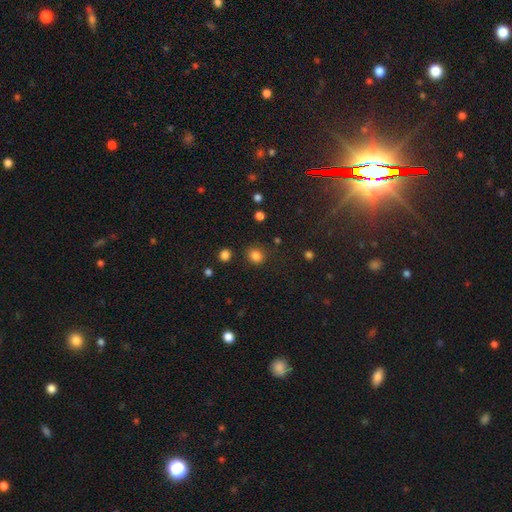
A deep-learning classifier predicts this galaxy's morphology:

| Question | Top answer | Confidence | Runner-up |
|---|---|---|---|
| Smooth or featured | smooth | 83% | star or artifact (13%) |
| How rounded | round | 74% | in between (25%) |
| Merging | none | 84% | minor disturbance (10%) |